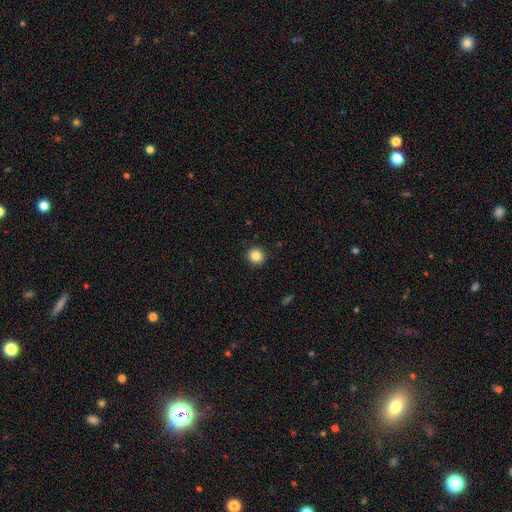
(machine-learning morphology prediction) Overall: smooth (84%). How rounded: round (93%). Merging: none (92%).